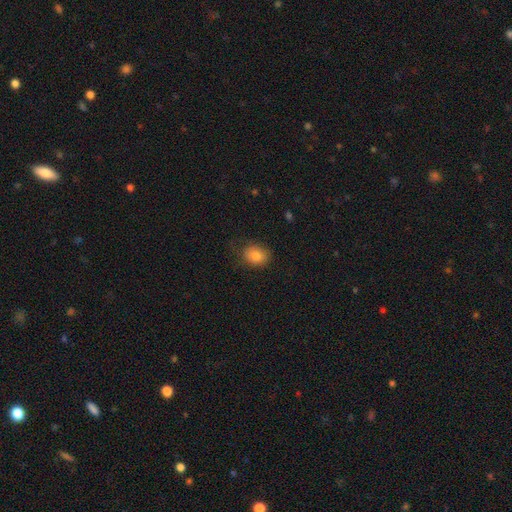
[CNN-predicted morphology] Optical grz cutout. It shows a smooth galaxy with no disk features (83%) that is in between round and cigar-shaped (52%). Merging: none (74%).